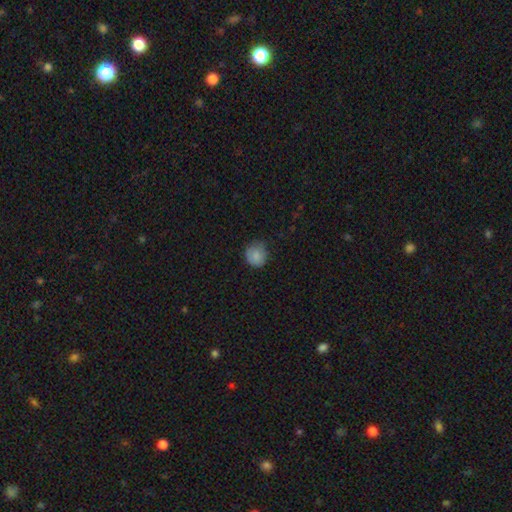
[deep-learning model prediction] This appears to be a smooth galaxy with no disk features (85%) that is round (84%). Merging: none (71%).